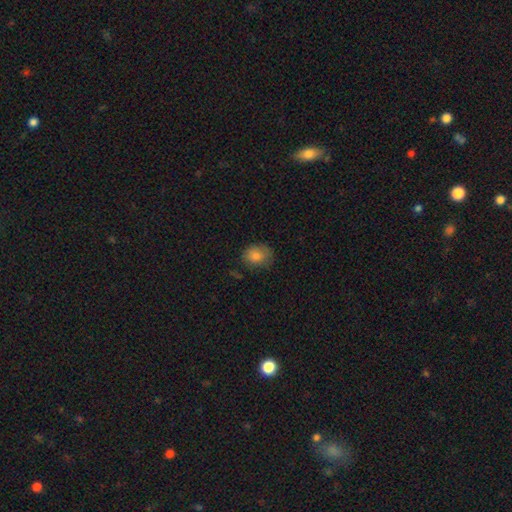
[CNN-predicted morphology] type=smooth (79%); roundness=round (56%); merging=none (67%).